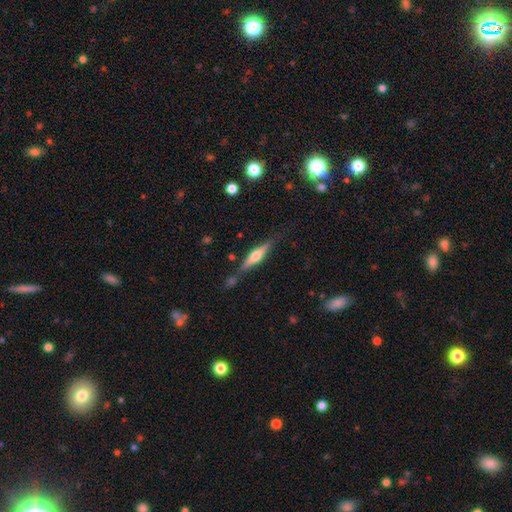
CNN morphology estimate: This is likely a featured or disk galaxy (61%). It is clearly viewed edge-on (96%). Edge-on bulge: clearly rounded (88%). Merging: likely none (76%).